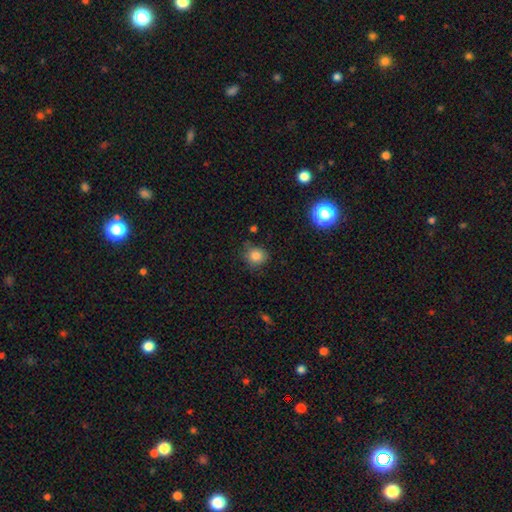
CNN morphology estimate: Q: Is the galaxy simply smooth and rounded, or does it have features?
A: smooth — 82%.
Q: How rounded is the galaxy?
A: round — 83%.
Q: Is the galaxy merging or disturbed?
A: none — 77%.